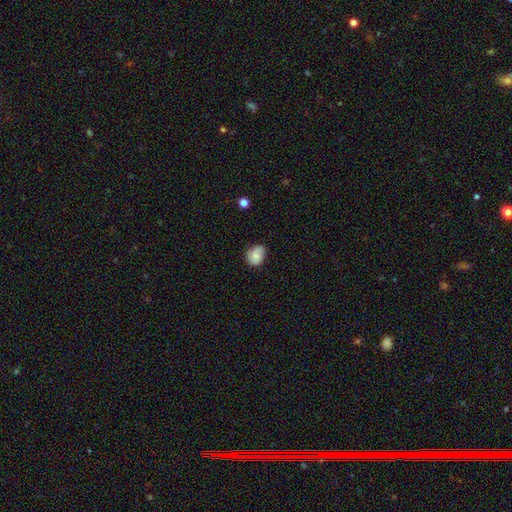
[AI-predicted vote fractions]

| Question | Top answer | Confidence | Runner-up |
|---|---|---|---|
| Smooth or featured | smooth | 70% | featured or disk (22%) |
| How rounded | round | 51% | in between (48%) |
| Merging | none | 56% | minor disturbance (36%) |